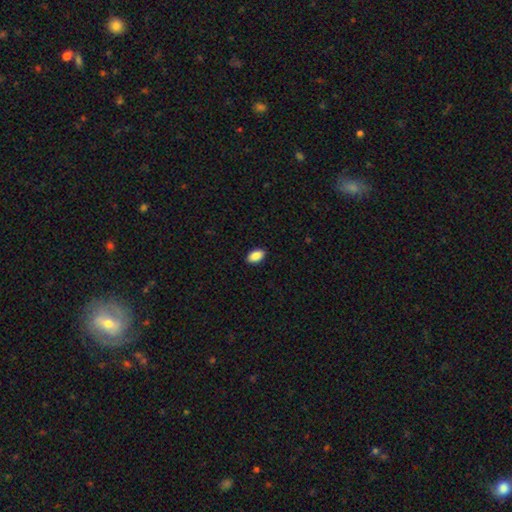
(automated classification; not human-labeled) Smooth or featured: smooth — 89% (star or artifact — 7%)
How rounded: in between — 93% (round — 6%)
Merging: none — 90% (minor disturbance — 7%)